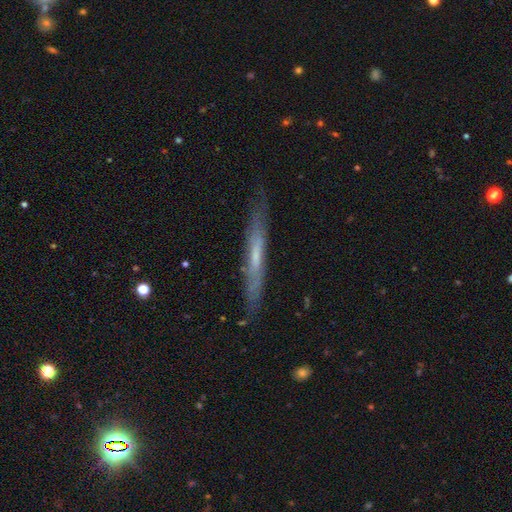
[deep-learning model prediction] Smooth or featured? featured or disk (56%)
Edge-on disk? yes (87%)
Merging? none (83%)